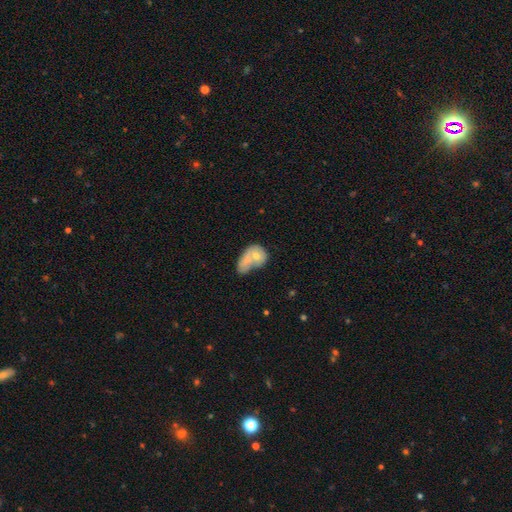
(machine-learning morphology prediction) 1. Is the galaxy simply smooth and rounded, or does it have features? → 60% smooth, 33% featured or disk, 7% star or artifact.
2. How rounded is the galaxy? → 64% in between, 34% round, 2% cigar-shaped.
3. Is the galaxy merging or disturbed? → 69% merger, 15% none, 9% minor disturbance, 7% major disturbance.